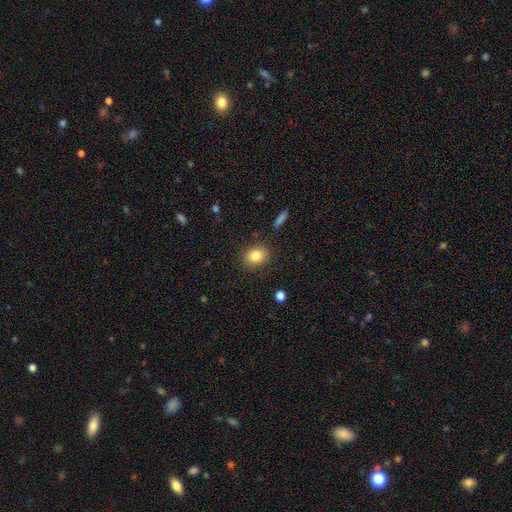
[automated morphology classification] This is clearly a smooth galaxy (83%). How rounded: possibly round (50%). Merging: clearly none (86%).